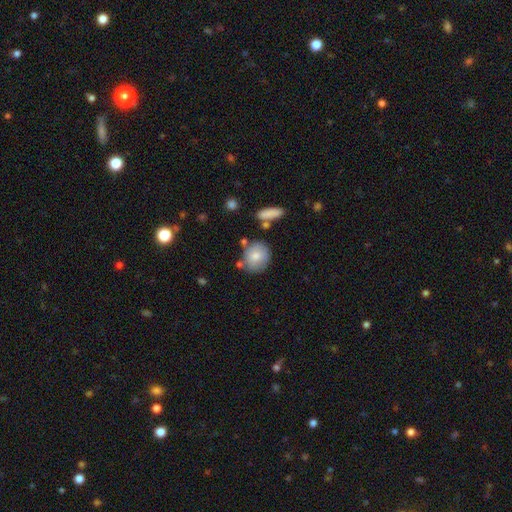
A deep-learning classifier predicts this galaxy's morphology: The model was most divided on "merging": none: 70%, minor disturbance: 17%, merger: 9%, major disturbance: 4%. More confident: how rounded — round (80%); smooth or featured — smooth (79%).